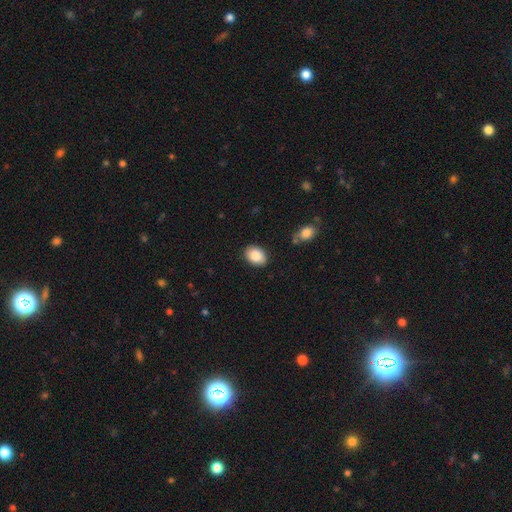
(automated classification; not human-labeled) Q: Smooth or featured?
A: smooth (89%); runner-up: star or artifact (7%)
Q: How rounded?
A: in between (80%); runner-up: round (19%)
Q: Merging?
A: none (85%); runner-up: minor disturbance (11%)